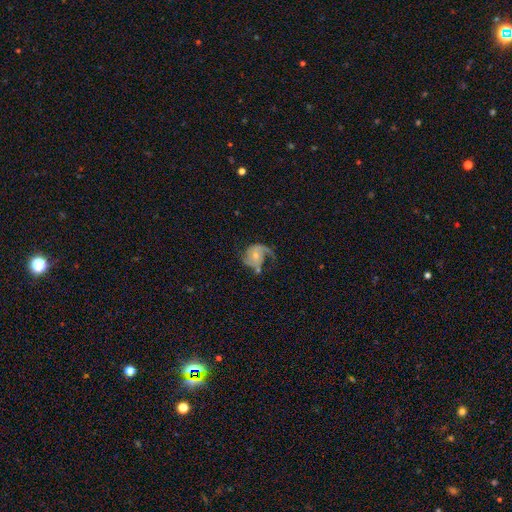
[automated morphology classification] This is likely a featured or disk galaxy (78%). It is clearly not viewed edge-on (98%). Bar: likely no (70%). Spiral arm pattern: clearly yes (92%). Spiral arm count: possibly 2 (55%). Spiral winding: marginally medium (42%). Central bulge: possibly small (56%). Merging: marginally none (40%).